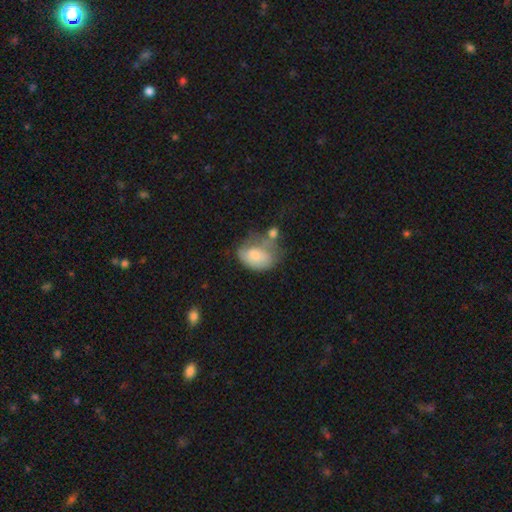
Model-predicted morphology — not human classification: Smooth or featured? Predicted: smooth (p=0.70). How rounded? Predicted: in between (p=0.81). Merging? Predicted: minor disturbance (p=0.27, tied with none).